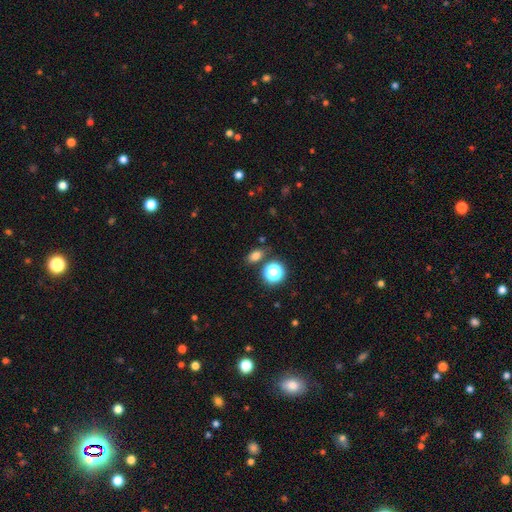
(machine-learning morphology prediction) type=smooth (75%); roundness=in between (71%); merging=none (79%).